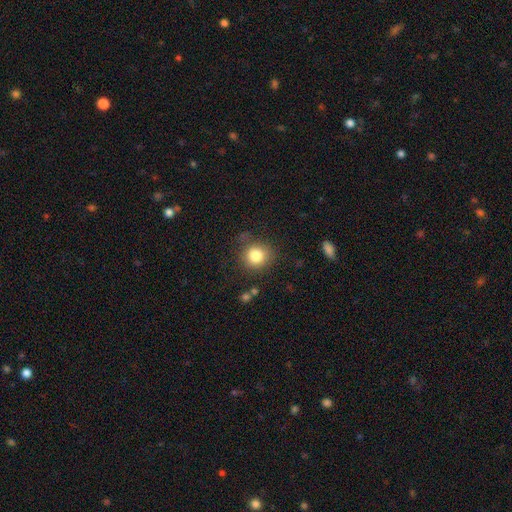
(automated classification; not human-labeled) Overall: smooth (83%). How rounded: round (84%). Merging: none (76%).